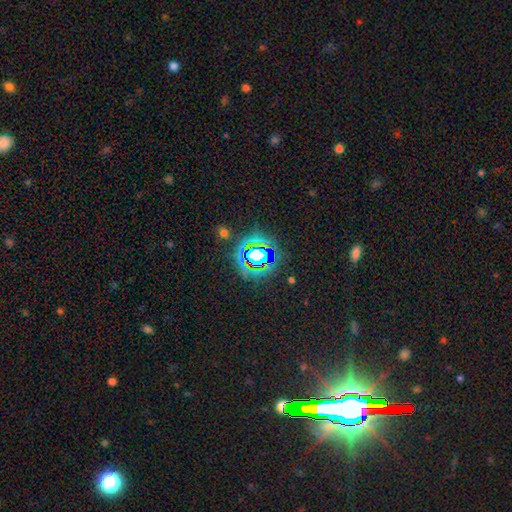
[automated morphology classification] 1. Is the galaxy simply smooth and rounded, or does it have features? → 69% star or artifact, 17% smooth, 13% featured or disk.